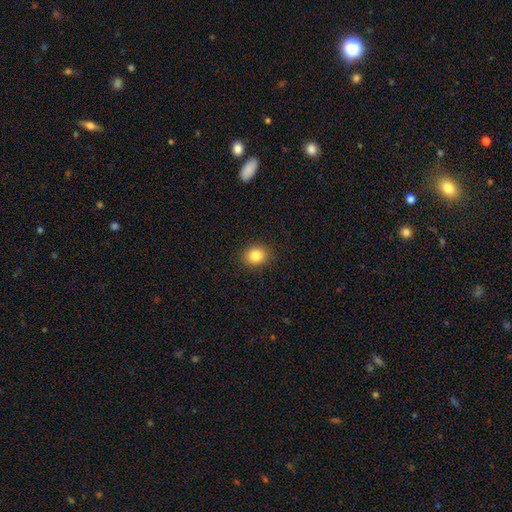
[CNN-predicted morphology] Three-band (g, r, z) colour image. It shows a smooth galaxy with no disk features (83%) that is round (63%). Merging: none (90%).